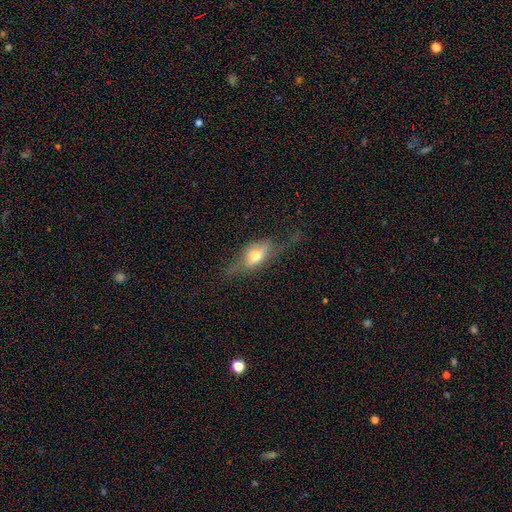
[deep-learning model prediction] A featured or disk galaxy (56%) viewed edge-on (79%).

Vote fractions:
- Smooth or featured? featured or disk: 56% / smooth: 36% / star or artifact: 8%
- Edge-on disk? yes: 79% / no: 21%
- Merging? none: 58% / minor disturbance: 23% / major disturbance: 17% / merger: 2%